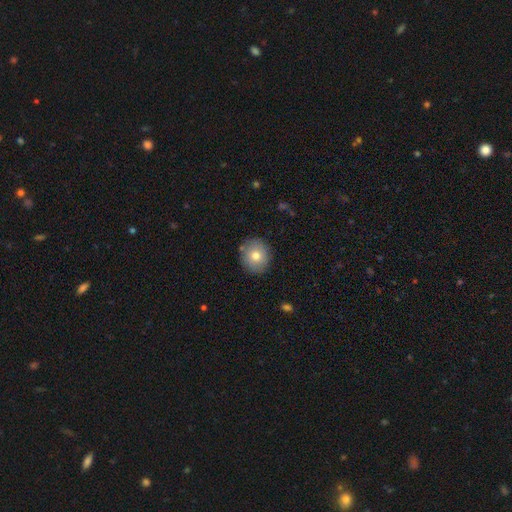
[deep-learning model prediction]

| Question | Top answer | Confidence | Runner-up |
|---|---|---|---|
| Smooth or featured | smooth | 76% | featured or disk (15%) |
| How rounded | round | 87% | in between (12%) |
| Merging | none | 87% | minor disturbance (9%) |